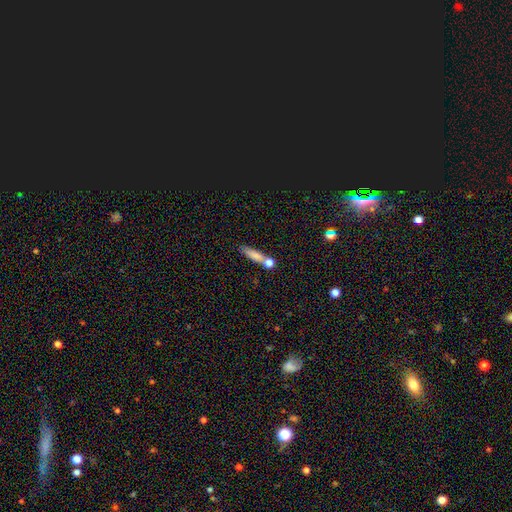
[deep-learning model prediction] smooth-or-featured: smooth: 74% | featured or disk: 16% | star or artifact: 10%
  how-rounded: cigar-shaped: 73% | in between: 20% | round: 6%
  merging: none: 62% | merger: 21% | minor disturbance: 12% | major disturbance: 5%